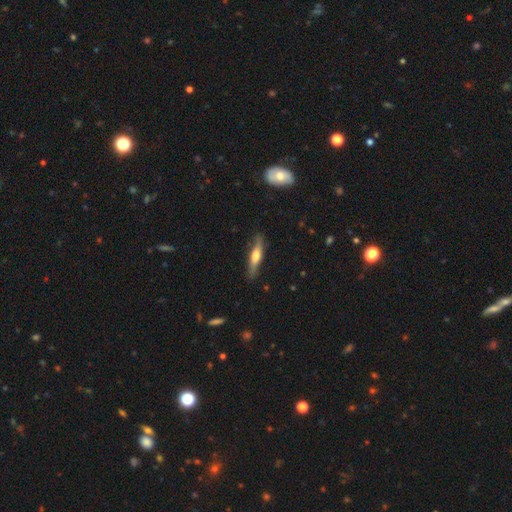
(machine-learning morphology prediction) Smooth or featured: featured or disk — 50% (smooth — 45%)
Merging: none — 84% (minor disturbance — 12%)